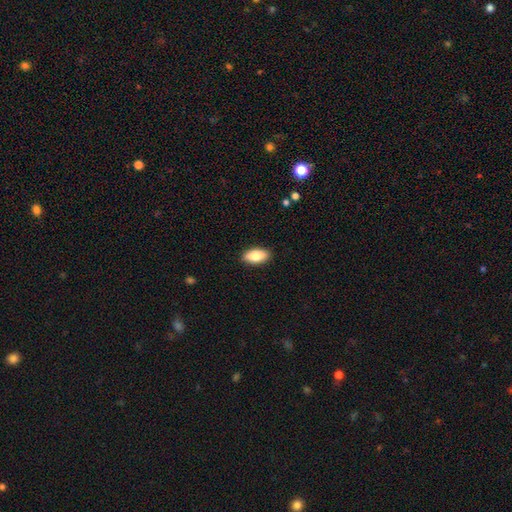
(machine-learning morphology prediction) This appears to be a smooth galaxy with no disk features (82%) that is in between round and cigar-shaped (90%). Merging: none (90%).